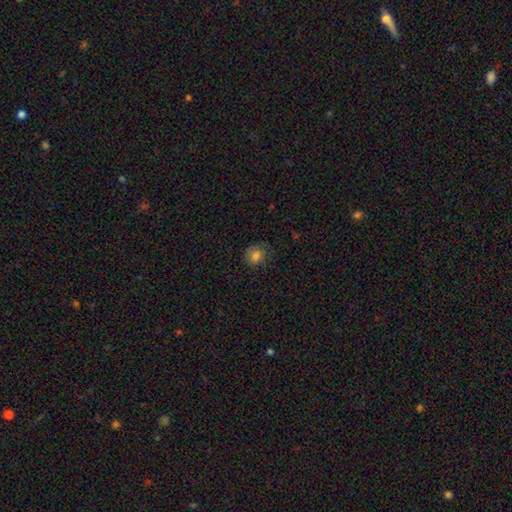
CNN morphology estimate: smooth-or-featured: smooth: 80% | star or artifact: 11% | featured or disk: 9%
  how-rounded: round: 65% | in between: 34% | cigar-shaped: 1%
  merging: none: 71% | minor disturbance: 21% | major disturbance: 7% | merger: 1%